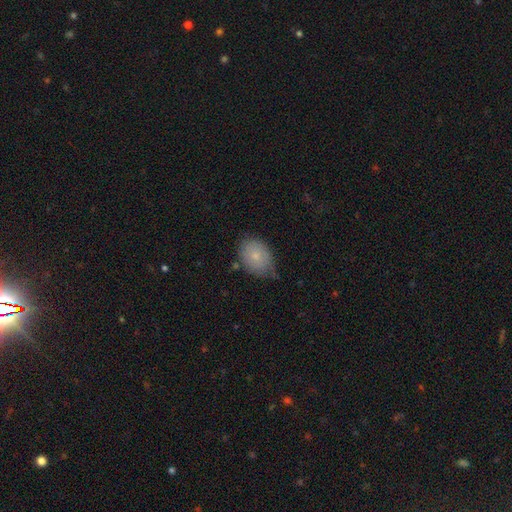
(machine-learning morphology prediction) This is likely a smooth galaxy (77%). How rounded: likely in between (77%). Merging: likely none (64%).